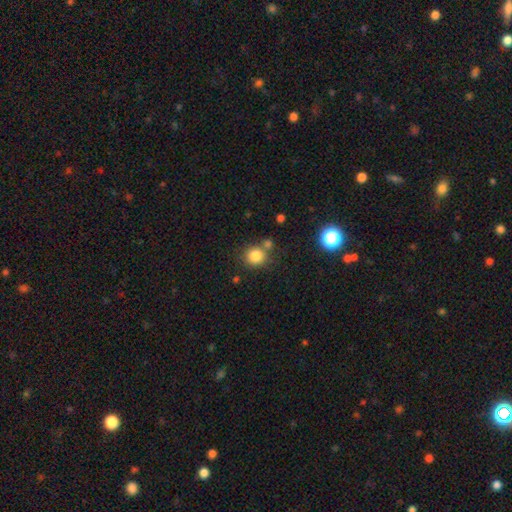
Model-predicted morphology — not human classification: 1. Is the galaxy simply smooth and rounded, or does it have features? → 82% smooth, 12% star or artifact, 6% featured or disk.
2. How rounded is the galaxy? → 89% round, 11% in between, 1% cigar-shaped.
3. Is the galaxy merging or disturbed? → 71% none, 16% merger, 10% minor disturbance, 3% major disturbance.